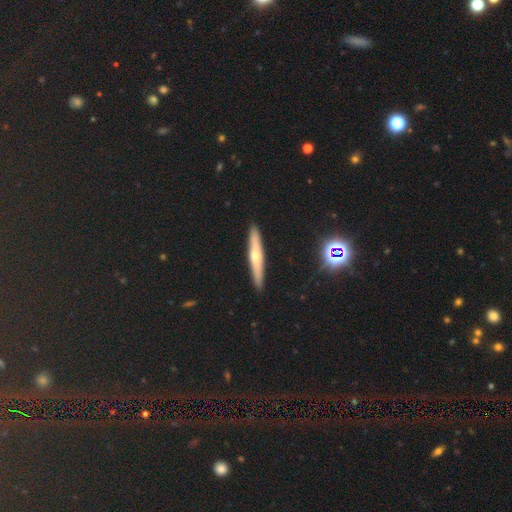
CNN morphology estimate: Smooth or featured? featured or disk (54%)
Edge-on disk? yes (93%)
Edge-on bulge? rounded (78%)
Merging? none (91%)